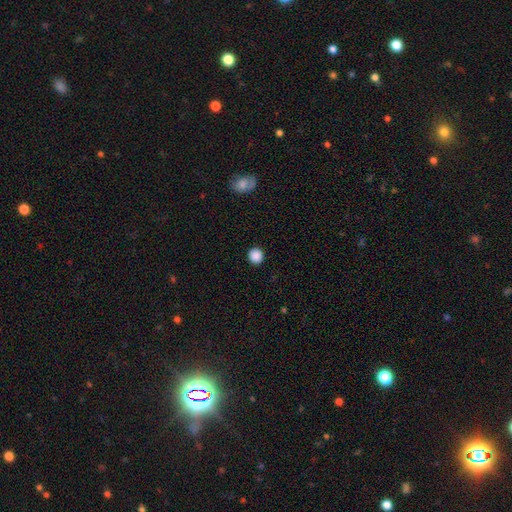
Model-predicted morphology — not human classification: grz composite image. It shows a smooth galaxy with no disk features (88%) that is round (92%). Merging: none (92%).